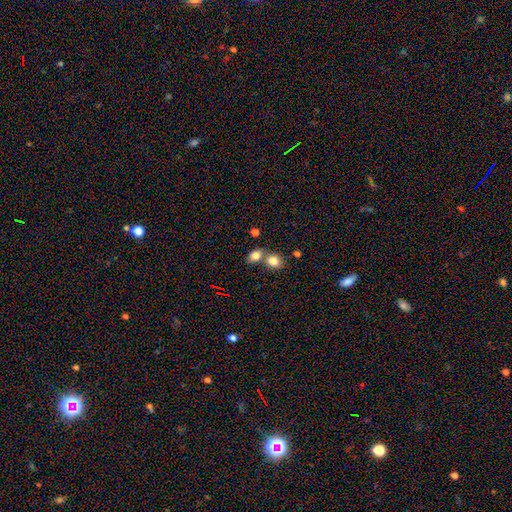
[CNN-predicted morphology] smooth 81%, star or artifact 10%, featured or disk 9%. Down the decision tree: how rounded — in between (62%); merging — merger (48%).